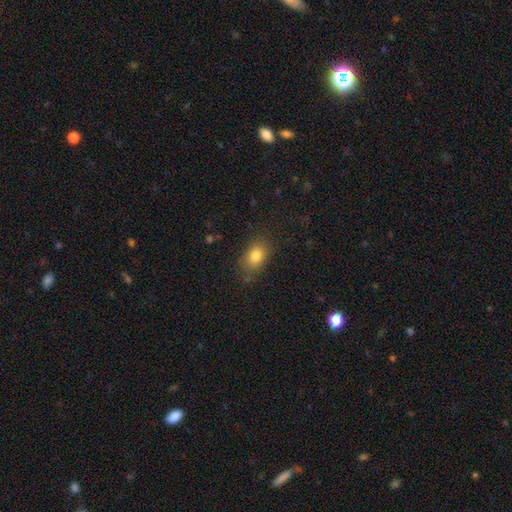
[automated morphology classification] A smooth galaxy with no disk features (81%) that is in between round and cigar-shaped (80%). Merging: none (78%).